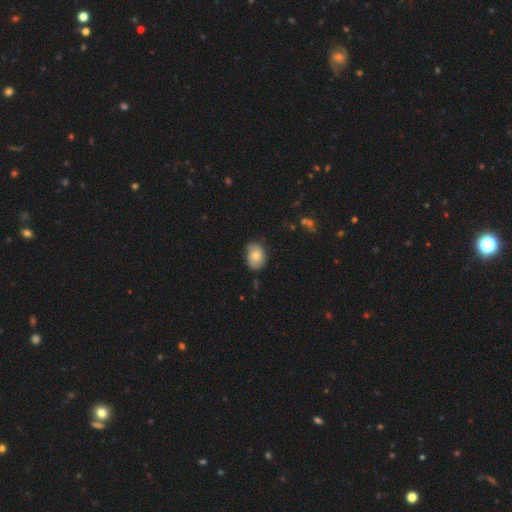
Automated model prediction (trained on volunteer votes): Smooth or featured: smooth — 69% (featured or disk — 23%)
How rounded: in between — 64% (round — 35%)
Merging: none — 67% (minor disturbance — 27%)